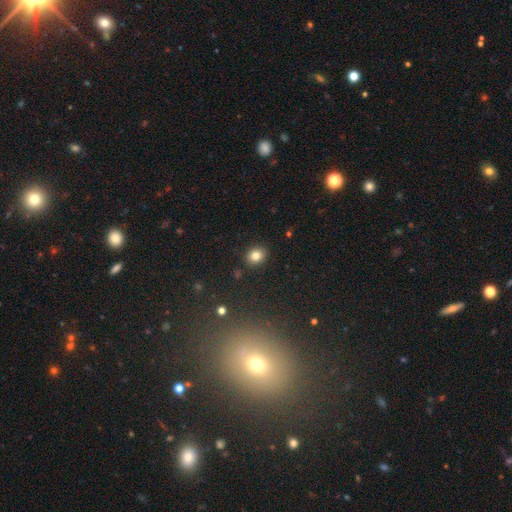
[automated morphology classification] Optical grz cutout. It shows a smooth galaxy with no disk features (81%) that is round (62%). Merging: none (89%).